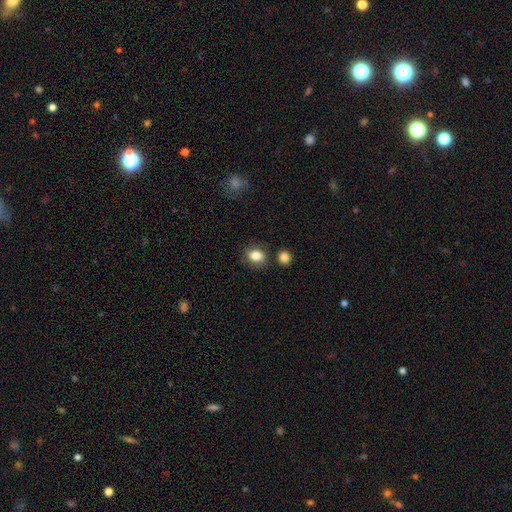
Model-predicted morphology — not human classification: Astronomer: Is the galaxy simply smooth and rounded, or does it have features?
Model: smooth — 82%.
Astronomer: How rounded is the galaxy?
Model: in between — 59% (runner-up: round, 40%).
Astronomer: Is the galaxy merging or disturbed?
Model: none — 73%.